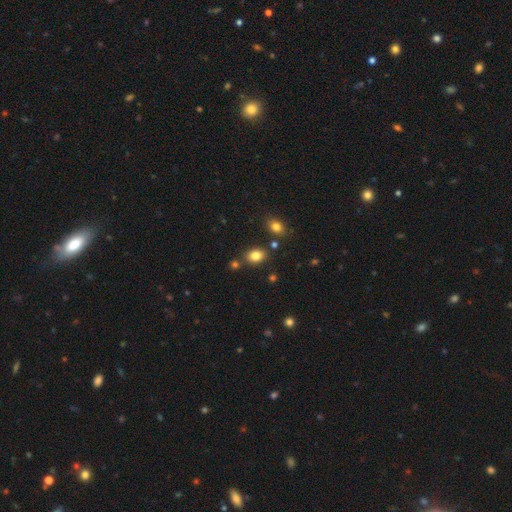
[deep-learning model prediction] This is clearly a smooth galaxy (83%). How rounded: likely in between (70%). Merging: likely none (77%).